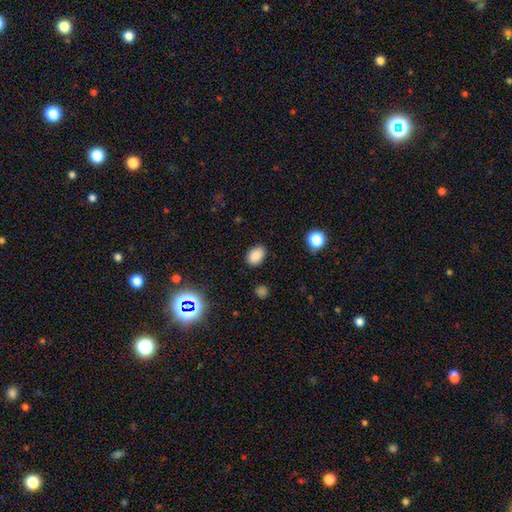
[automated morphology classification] A smooth galaxy with no disk features (85%) that is in between round and cigar-shaped (81%). Merging: none (86%).